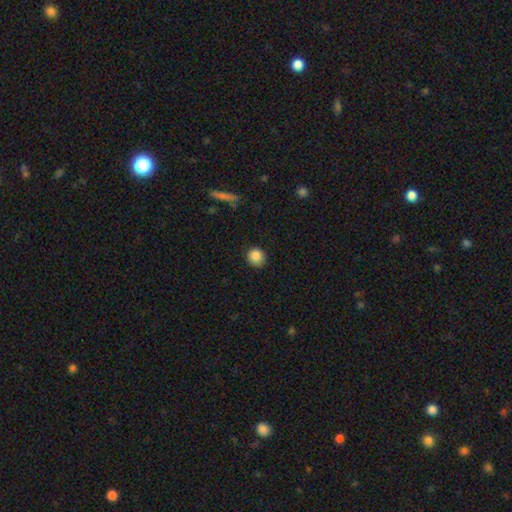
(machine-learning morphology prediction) A smooth galaxy with no disk features (86%) that is round (91%). Merging: none (86%).